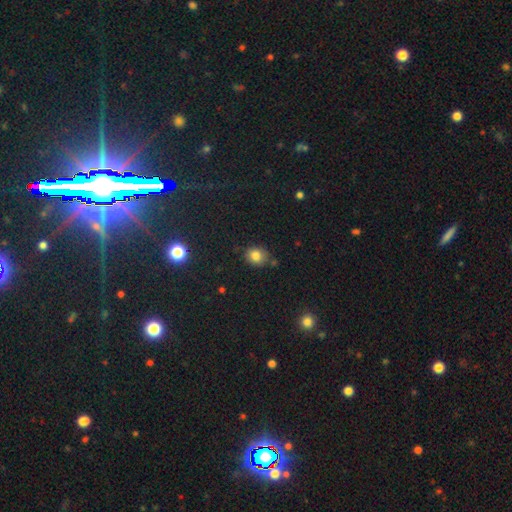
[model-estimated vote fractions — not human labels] A smooth galaxy with no disk features (80%) that is round (64%).

Vote fractions:
- Smooth or featured? smooth: 80% / star or artifact: 13% / featured or disk: 7%
- How rounded? round: 64% / in between: 35% / cigar-shaped: 1%
- Merging? none: 74% / minor disturbance: 17% / merger: 6% / major disturbance: 4%